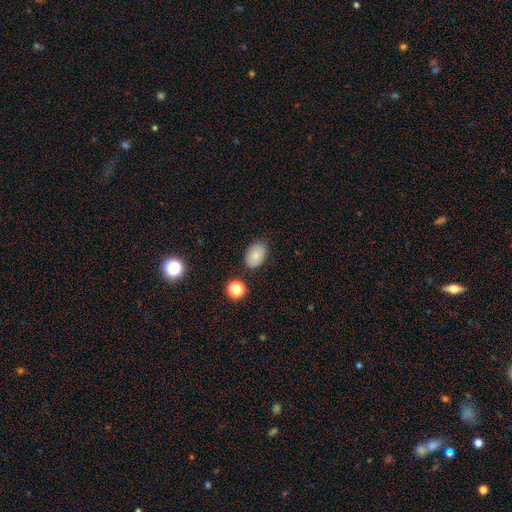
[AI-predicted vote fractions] This appears to be a smooth galaxy with no disk features (82%) that is in between round and cigar-shaped (83%). Merging: none (80%).